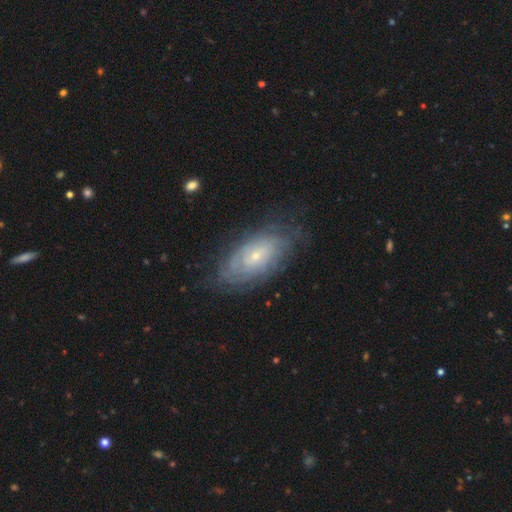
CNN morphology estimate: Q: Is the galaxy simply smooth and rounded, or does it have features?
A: featured or disk — 73%.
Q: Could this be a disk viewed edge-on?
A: no — 92%.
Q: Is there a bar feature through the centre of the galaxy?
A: no — 66%.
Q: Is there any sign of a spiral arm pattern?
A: yes — 87%.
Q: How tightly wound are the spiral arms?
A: tight — 74%.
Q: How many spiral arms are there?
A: can't tell — 61%.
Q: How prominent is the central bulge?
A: small — 74%.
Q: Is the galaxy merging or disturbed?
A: none — 75%.